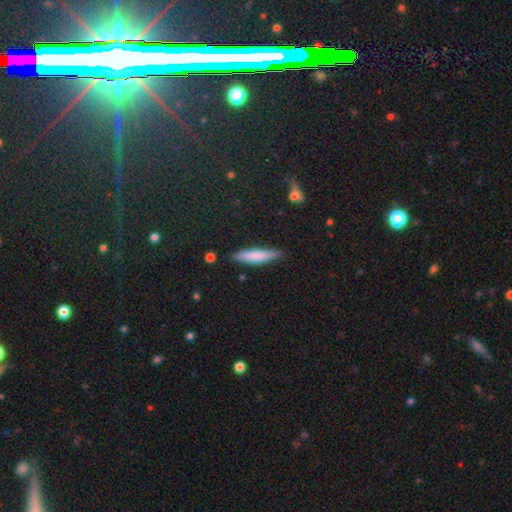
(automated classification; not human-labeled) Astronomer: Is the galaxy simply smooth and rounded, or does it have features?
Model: smooth — 77%.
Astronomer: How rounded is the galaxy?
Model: cigar-shaped — 81%.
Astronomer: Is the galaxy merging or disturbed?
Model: none — 84%.